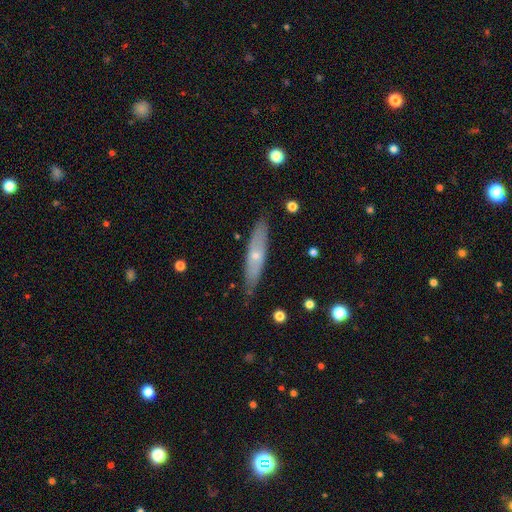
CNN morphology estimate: The model was most divided on "smooth or featured": featured or disk: 48%, smooth: 45%, star or artifact: 6%. More confident: merging — none (81%).